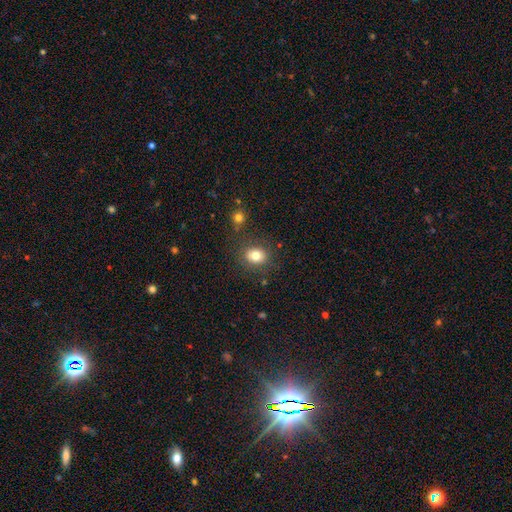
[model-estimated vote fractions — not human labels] Smooth or featured?
  - smooth: 79% *
  - star or artifact: 12%
  - featured or disk: 9%
How rounded?
  - round: 64% *
  - in between: 35%
  - cigar-shaped: 1%
Merging?
  - none: 80% *
  - minor disturbance: 11%
  - merger: 5%
  - major disturbance: 4%